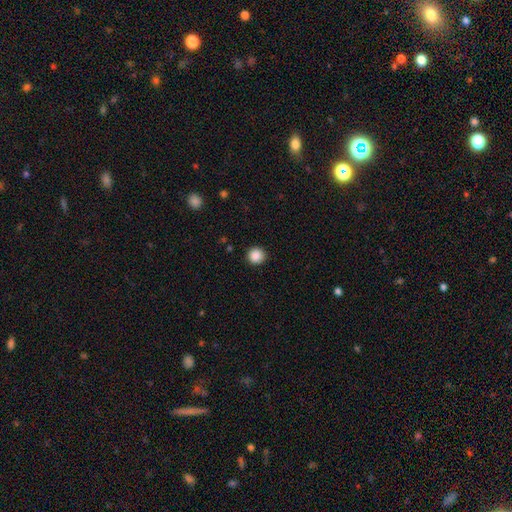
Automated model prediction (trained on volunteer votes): smooth-or-featured: smooth: 88% | star or artifact: 9% | featured or disk: 2%
  how-rounded: round: 95% | in between: 4% | cigar-shaped: 1%
  merging: none: 92% | minor disturbance: 6% | major disturbance: 2% | merger: 1%